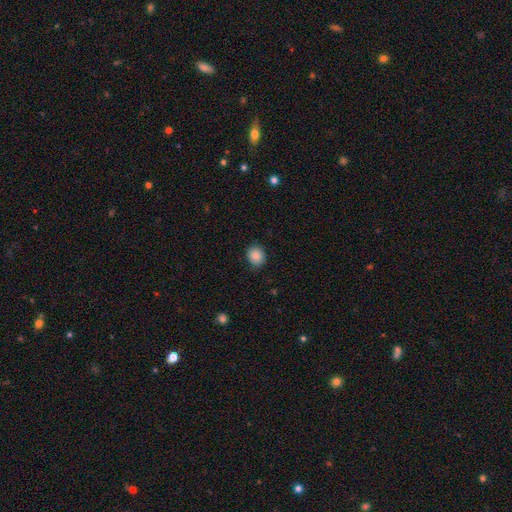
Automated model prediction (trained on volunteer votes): This appears to be a smooth galaxy with no disk features (86%) that is round (72%). Merging: none (84%).